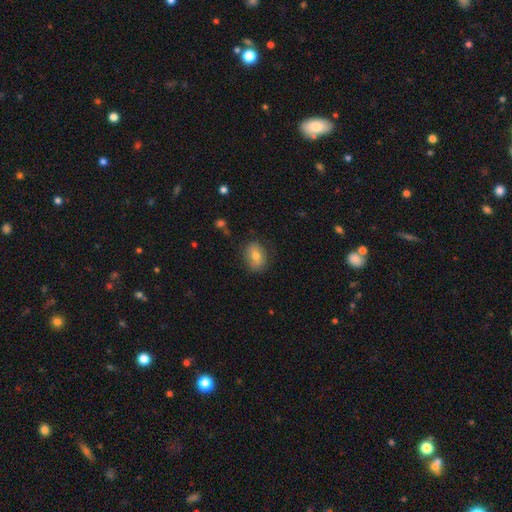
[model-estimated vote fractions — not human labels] Morphology: type=smooth (71%); roundness=in between (68%); merging=none (81%).